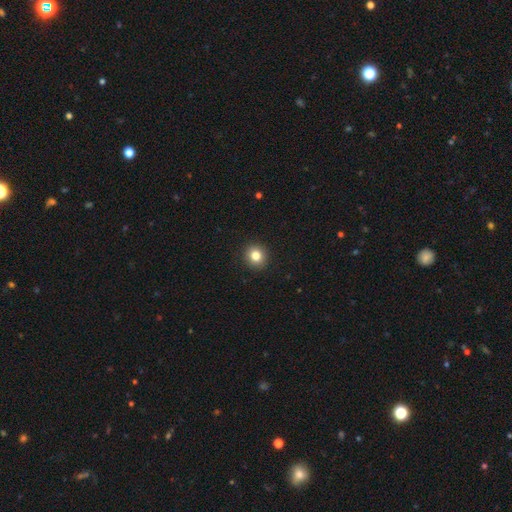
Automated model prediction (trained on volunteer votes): Morphology: type=smooth (82%); roundness=round (86%); merging=none (92%).